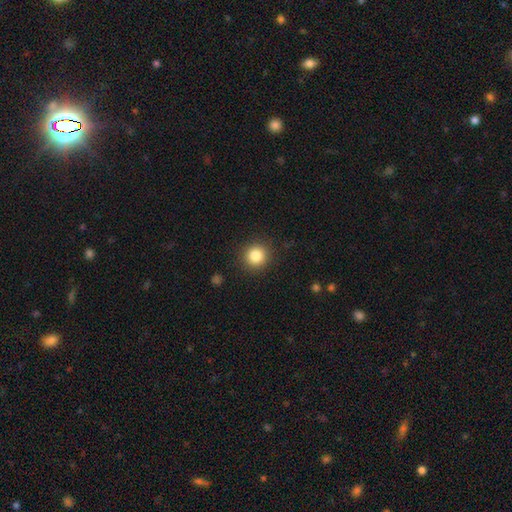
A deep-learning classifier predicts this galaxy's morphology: This is clearly a smooth galaxy (85%). How rounded: clearly round (92%). Merging: clearly none (90%).